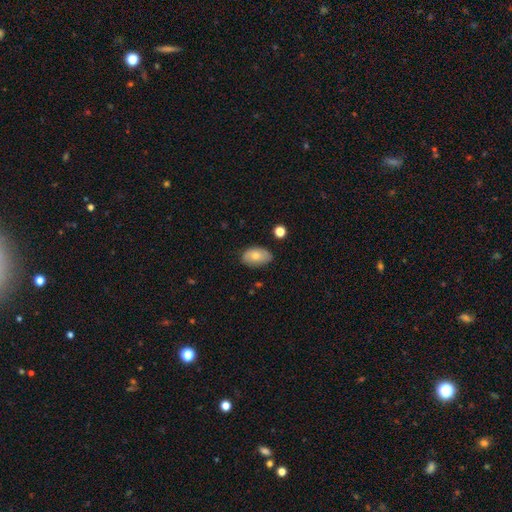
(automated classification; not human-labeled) Smooth or featured?
  - smooth: 71% *
  - featured or disk: 22%
  - star or artifact: 7%
How rounded?
  - in between: 91% *
  - round: 8%
  - cigar-shaped: 1%
Merging?
  - none: 77% *
  - minor disturbance: 18%
  - major disturbance: 3%
  - merger: 2%